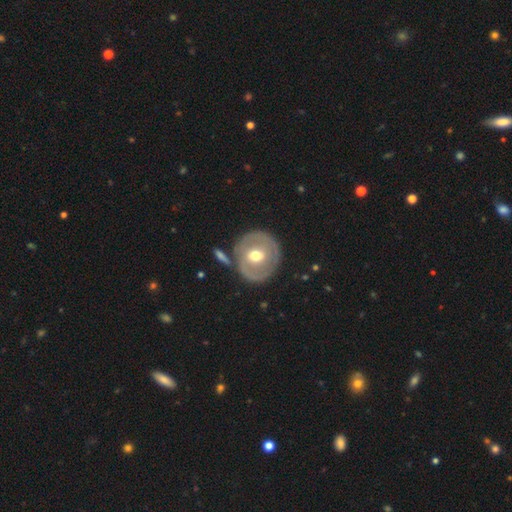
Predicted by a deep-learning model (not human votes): Smooth or featured?
  - featured or disk: 55% *
  - smooth: 39%
  - star or artifact: 6%
Edge-on disk?
  - no: 94% *
  - yes: 6%
Bar?
  - no: 53% *
  - weak: 35%
  - strong: 12%
Spiral arms?
  - no: 70% *
  - yes: 30%
Bulge size?
  - moderate: 77% *
  - small: 12%
  - large: 9%
  - dominant: 1%
  - none: 1%
Merging?
  - none: 75% *
  - minor disturbance: 13%
  - merger: 7%
  - major disturbance: 5%